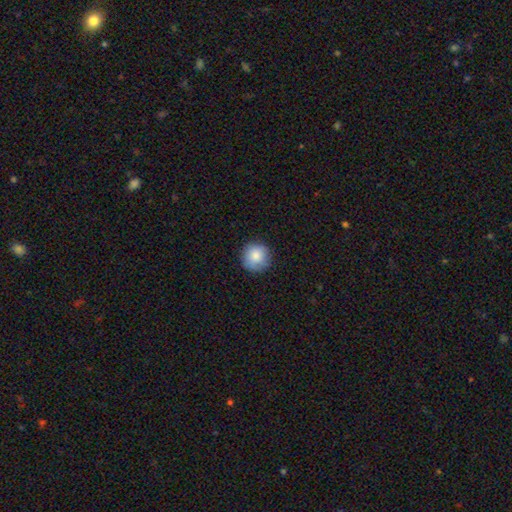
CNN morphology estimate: The model was most divided on "smooth or featured": smooth: 85%, star or artifact: 8%, featured or disk: 7%. More confident: how rounded — round (94%); merging — none (88%).